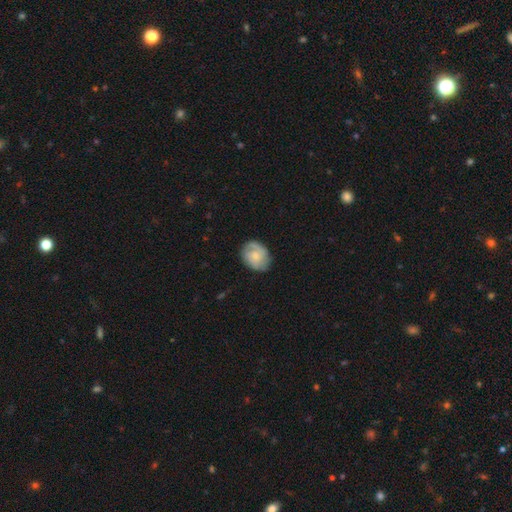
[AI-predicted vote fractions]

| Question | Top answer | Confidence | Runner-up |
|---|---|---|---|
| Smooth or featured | featured or disk | 49% | smooth (44%) |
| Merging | none | 75% | minor disturbance (19%) |